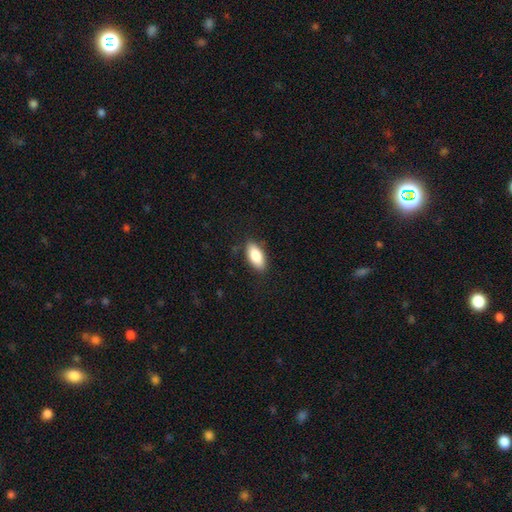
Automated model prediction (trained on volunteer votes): Morphology: type=smooth (86%); roundness=in between (89%); merging=none (85%).